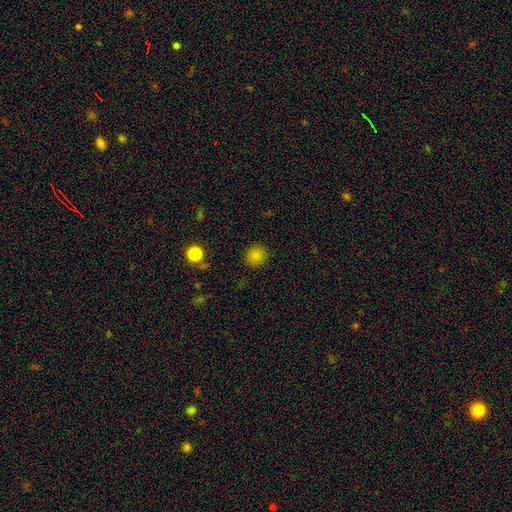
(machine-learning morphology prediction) Smooth or featured? smooth (82%)
How rounded? round (91%)
Merging? none (89%)